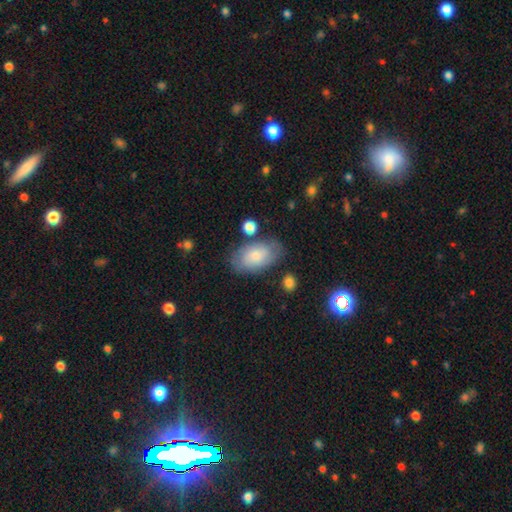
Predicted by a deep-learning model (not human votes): Smooth or featured?
  - smooth: 69% *
  - featured or disk: 24%
  - star or artifact: 7%
How rounded?
  - in between: 92% *
  - round: 6%
  - cigar-shaped: 2%
Merging?
  - none: 69% *
  - minor disturbance: 20%
  - major disturbance: 6%
  - merger: 5%